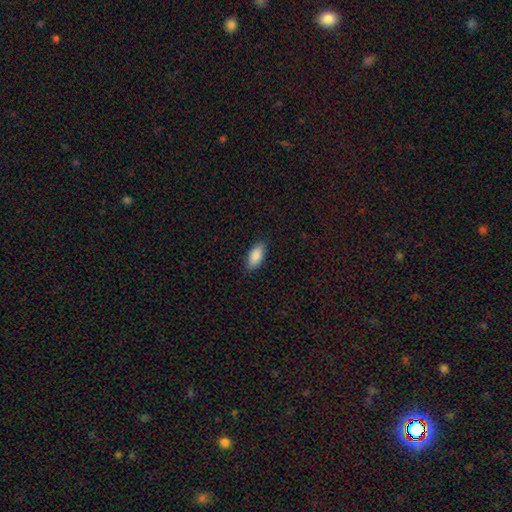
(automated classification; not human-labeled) This appears to be a smooth galaxy with no disk features (88%) that is in between round and cigar-shaped (90%). Merging: none (86%).